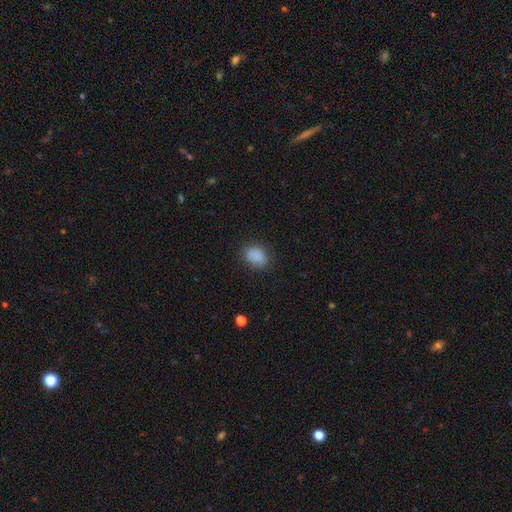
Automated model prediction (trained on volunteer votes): Overall: smooth (87%). How rounded: in between (68%; round 31%). Merging: none (79%).